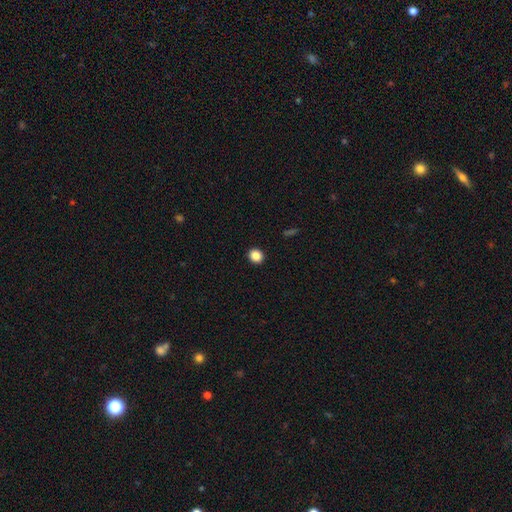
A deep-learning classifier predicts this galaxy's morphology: Smooth or featured? Predicted: smooth (p=0.87). How rounded? Predicted: round (p=0.83). Merging? Predicted: none (p=0.93).